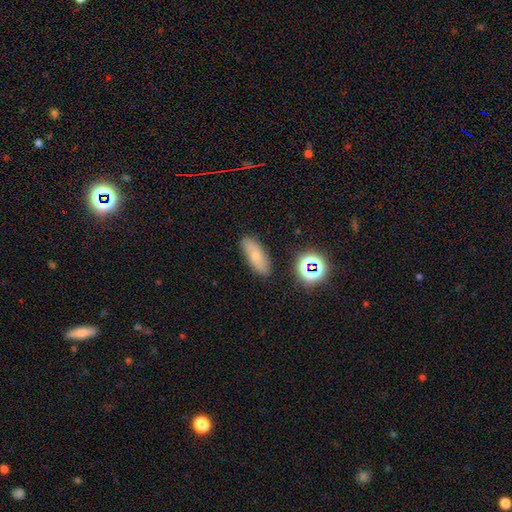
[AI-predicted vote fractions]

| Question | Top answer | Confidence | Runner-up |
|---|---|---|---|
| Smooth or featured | smooth | 64% | featured or disk (23%) |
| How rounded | in between | 72% | cigar-shaped (22%) |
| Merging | none | 84% | minor disturbance (11%) |